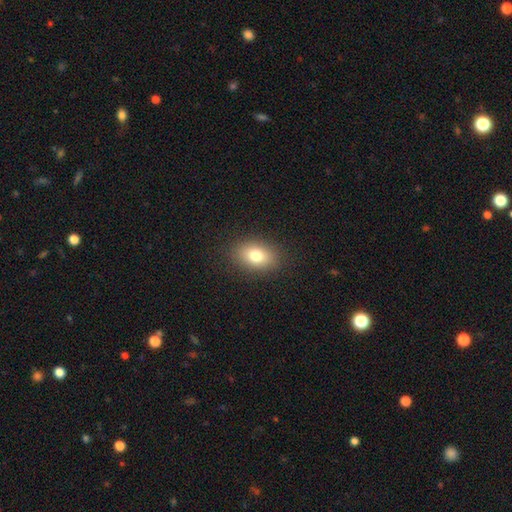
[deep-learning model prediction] Smooth or featured? Predicted: smooth (p=0.78). How rounded? Predicted: in between (p=0.79). Merging? Predicted: none (p=0.87).